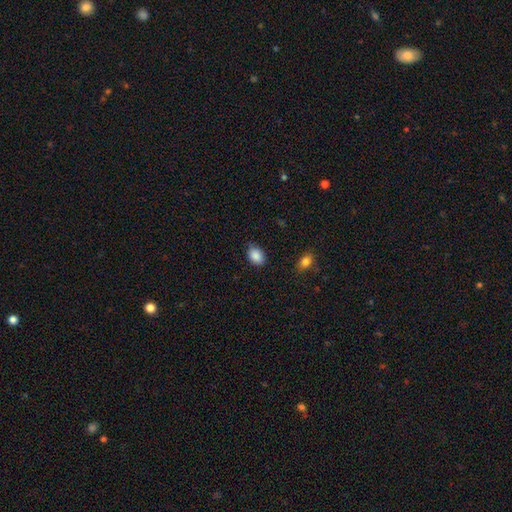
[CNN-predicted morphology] A smooth galaxy with no disk features (88%) that is in between round and cigar-shaped (80%). Merging: none (76%).